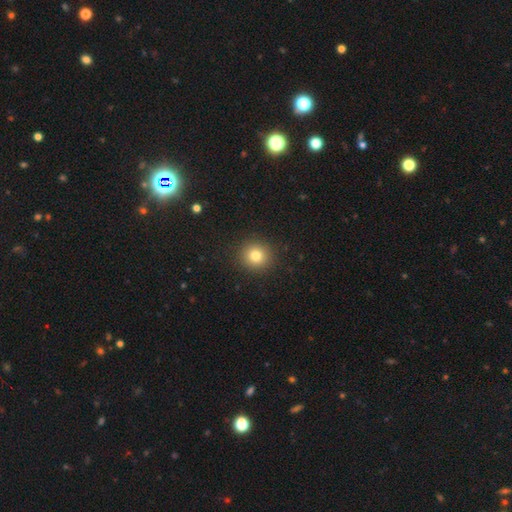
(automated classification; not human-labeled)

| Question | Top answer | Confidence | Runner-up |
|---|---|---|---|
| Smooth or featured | smooth | 81% | star or artifact (12%) |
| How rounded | round | 92% | in between (7%) |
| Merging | none | 91% | minor disturbance (5%) |